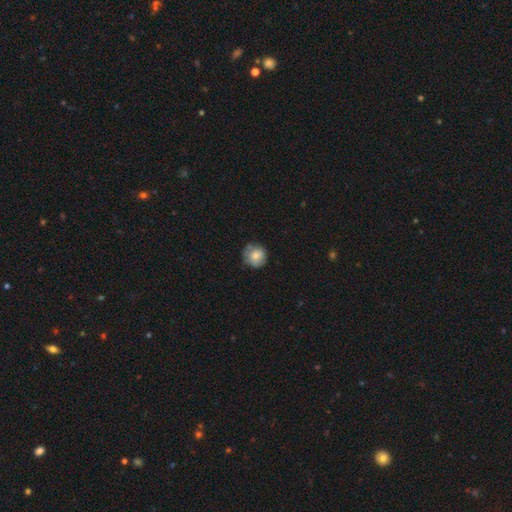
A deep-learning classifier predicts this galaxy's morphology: A smooth galaxy with no disk features (73%) that is round (90%). Merging: none (71%).